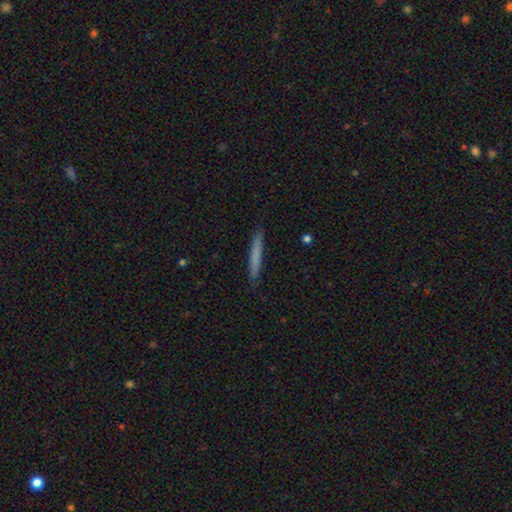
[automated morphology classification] smooth 71%, featured or disk 23%, star or artifact 6%. Down the decision tree: how rounded — cigar-shaped (96%); merging — none (88%).